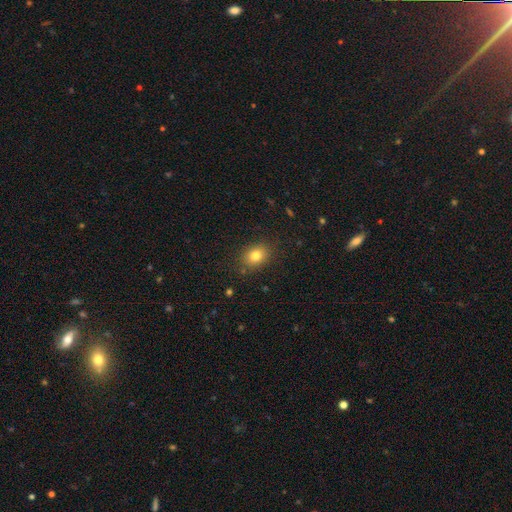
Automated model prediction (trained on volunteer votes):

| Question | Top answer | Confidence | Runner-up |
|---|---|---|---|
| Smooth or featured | smooth | 81% | star or artifact (11%) |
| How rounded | in between | 63% | round (36%) |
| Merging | none | 85% | minor disturbance (11%) |